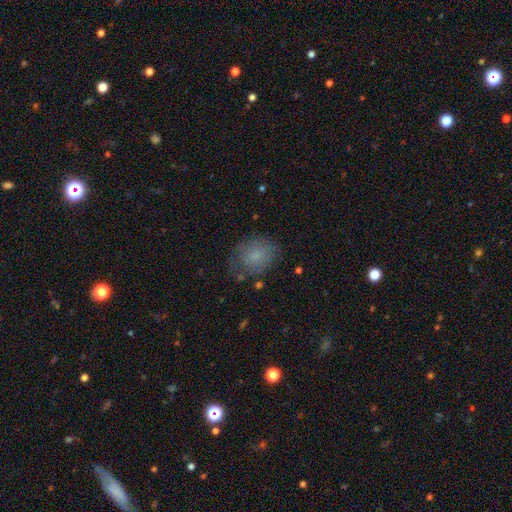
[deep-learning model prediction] The model was most divided on "how rounded": round: 62%, in between: 37%, cigar-shaped: 1%. More confident: smooth or featured — smooth (74%); merging — none (67%).